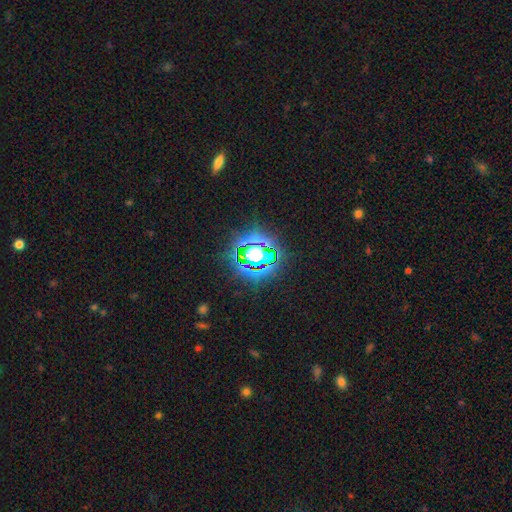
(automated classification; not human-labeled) A star or artifact, not a galaxy (68%).

Vote fractions:
- Smooth or featured? star or artifact: 68% / smooth: 19% / featured or disk: 13%